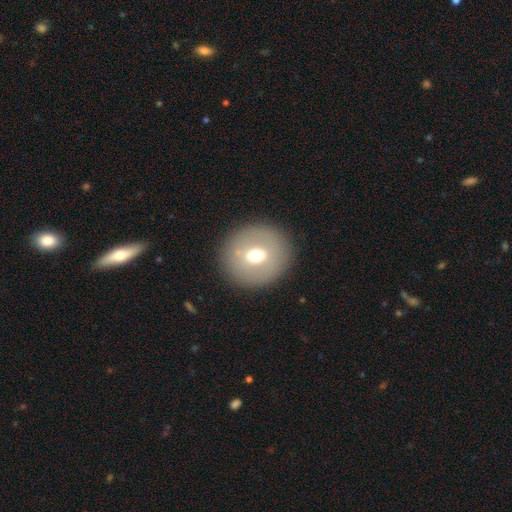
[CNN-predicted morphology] A smooth galaxy with no disk features (57%) that is round (88%). Merging: none (88%).